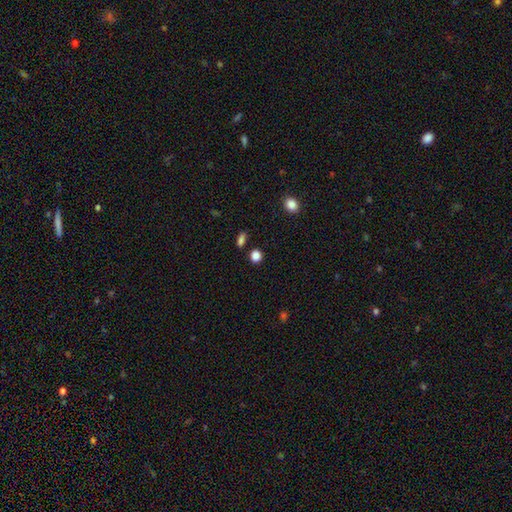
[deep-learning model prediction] Q: Smooth or featured?
A: smooth (83%); runner-up: star or artifact (14%)
Q: How rounded?
A: round (77%); runner-up: in between (22%)
Q: Merging?
A: none (82%); runner-up: minor disturbance (9%)